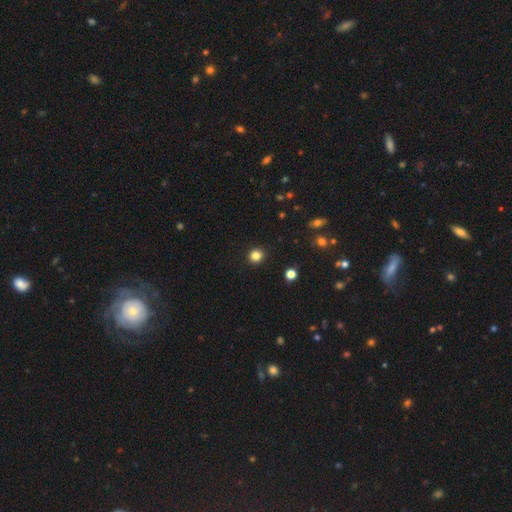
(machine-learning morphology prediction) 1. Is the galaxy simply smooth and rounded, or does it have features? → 83% smooth, 13% star or artifact, 4% featured or disk.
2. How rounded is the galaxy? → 89% round, 10% in between, 1% cigar-shaped.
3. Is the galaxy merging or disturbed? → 92% none, 5% minor disturbance, 2% major disturbance, 1% merger.